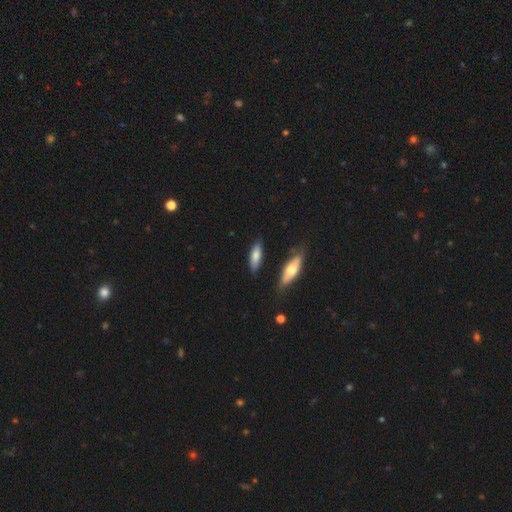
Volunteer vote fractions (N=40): Overall: smooth (78%). How rounded: cigar-shaped (52%; in between 48%). Merging: none (76%).